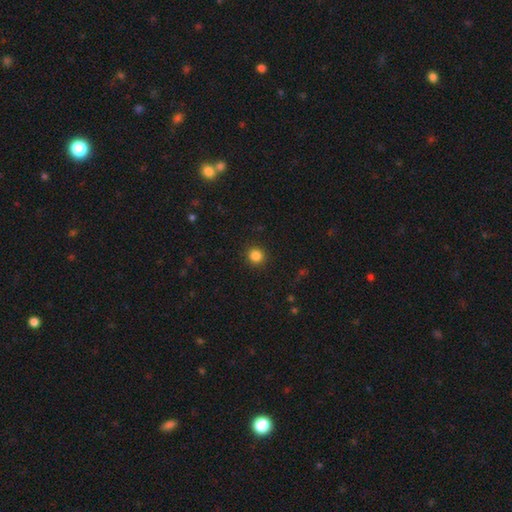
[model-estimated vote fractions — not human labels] Smooth or featured? smooth (84%)
How rounded? round (93%)
Merging? none (92%)